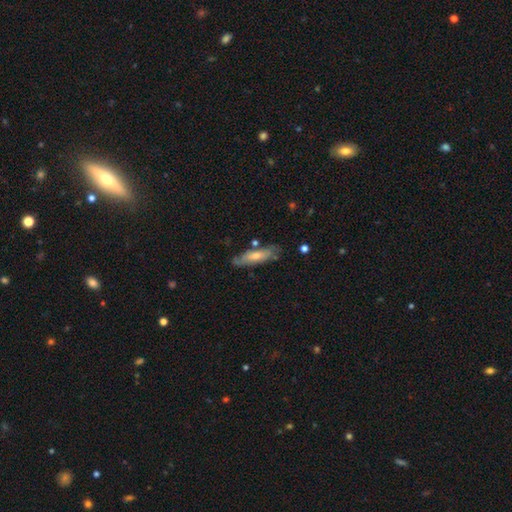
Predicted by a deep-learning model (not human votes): Smooth or featured: featured or disk — 49% (smooth — 43%)
Merging: none — 75% (minor disturbance — 17%)